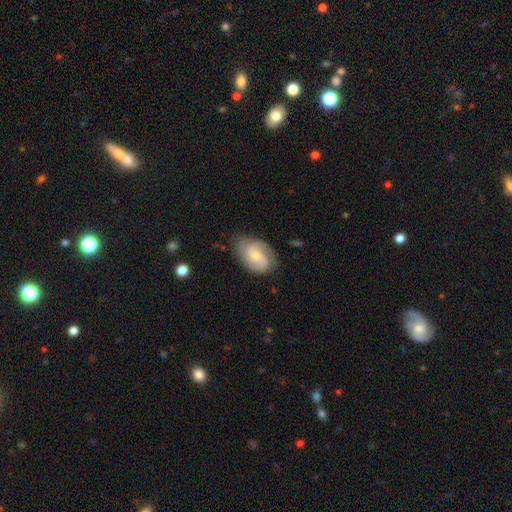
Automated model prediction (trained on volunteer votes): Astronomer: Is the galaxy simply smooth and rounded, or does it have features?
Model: featured or disk — 67%.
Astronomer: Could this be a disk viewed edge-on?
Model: no — 97%.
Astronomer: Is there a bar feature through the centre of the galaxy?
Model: no — 58% (runner-up: weak, 36%).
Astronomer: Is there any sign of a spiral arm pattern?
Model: yes — 92%.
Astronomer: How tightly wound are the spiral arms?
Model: medium — 46% (runner-up: tight, 34%).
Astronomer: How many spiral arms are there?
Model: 2 — 65%.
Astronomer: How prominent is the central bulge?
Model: small — 51% (runner-up: moderate, 44%).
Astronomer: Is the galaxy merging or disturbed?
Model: none — 72%.